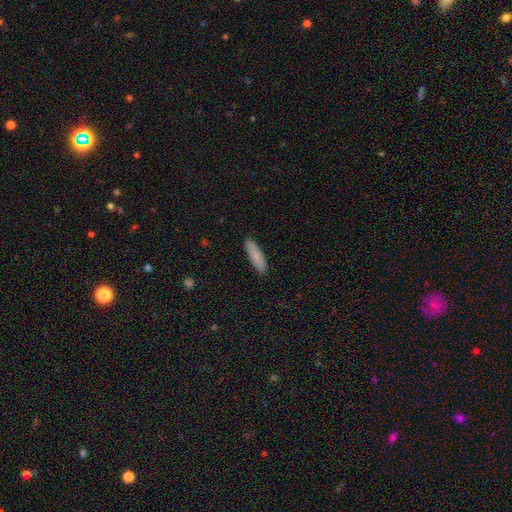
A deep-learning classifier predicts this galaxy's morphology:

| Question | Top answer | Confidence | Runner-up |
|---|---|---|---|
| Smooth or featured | smooth | 84% | featured or disk (10%) |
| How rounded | cigar-shaped | 74% | in between (24%) |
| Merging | none | 89% | minor disturbance (8%) |